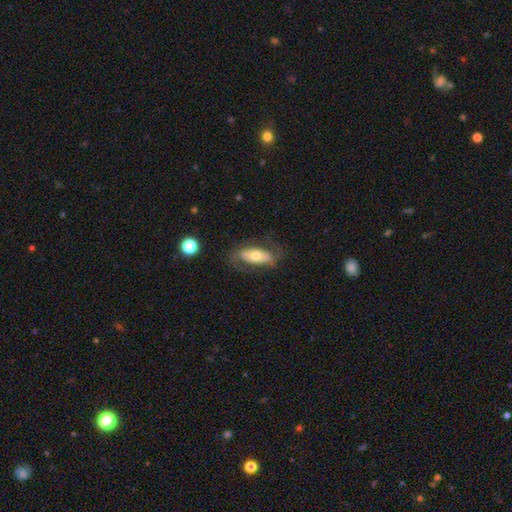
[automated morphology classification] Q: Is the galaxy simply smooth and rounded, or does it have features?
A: smooth — 48%.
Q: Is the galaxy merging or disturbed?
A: none — 67%.